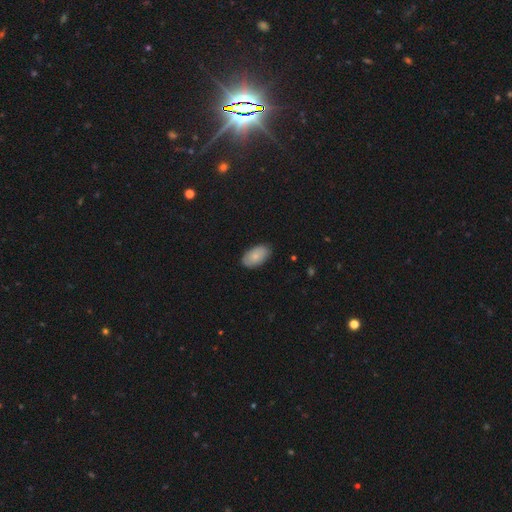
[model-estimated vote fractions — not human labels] This appears to be a smooth galaxy with no disk features (79%) that is in between round and cigar-shaped (95%). Merging: none (84%).